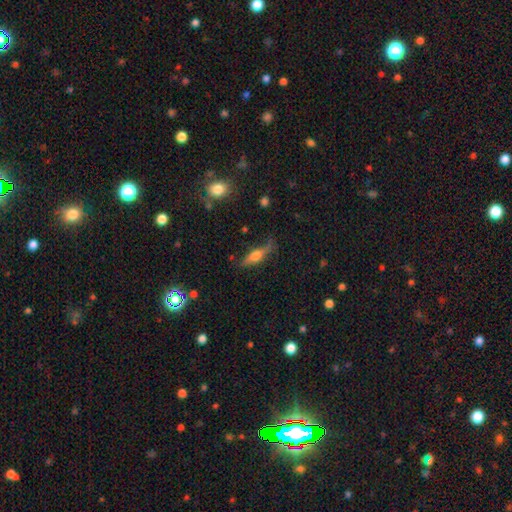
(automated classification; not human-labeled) smooth_or_featured: featured or disk (p=0.47) [alt: smooth p=0.45]
merging: none (p=0.63) [alt: minor disturbance p=0.25]